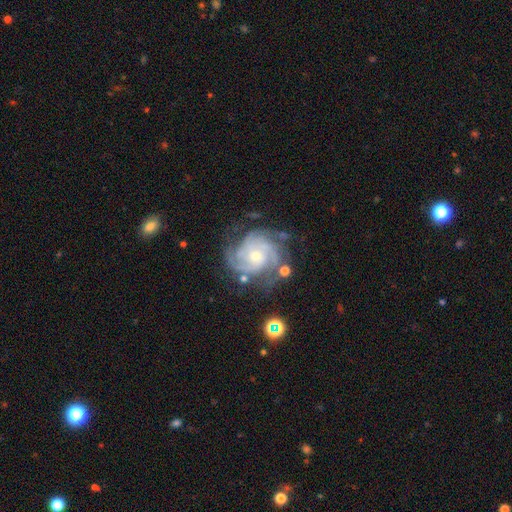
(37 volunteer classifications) A featured or disk galaxy (95%) with no bar (79%), 3 (62%) tight (76%) spiral arms (100%) and a small central bulge (68%).

Vote fractions:
- Smooth or featured? featured or disk: 95% / star or artifact: 5% / smooth: 0%
- Edge-on disk? no: 97% / yes: 3%
- Bar? no: 79% / weak: 12% / strong: 9%
- Spiral arms? yes: 100% / no: 0%
- Spiral winding? tight: 76% / medium: 21% / loose: 3%
- Spiral arm count? 3: 62% / 4: 15% / can't tell: 15% / 1: 3% / 2: 3% / more than 4: 3%
- Bulge size? small: 68% / moderate: 26% / large: 3% / none: 3% / dominant: 0%
- Merging? none: 71% / minor disturbance: 17% / major disturbance: 11% / merger: 0%